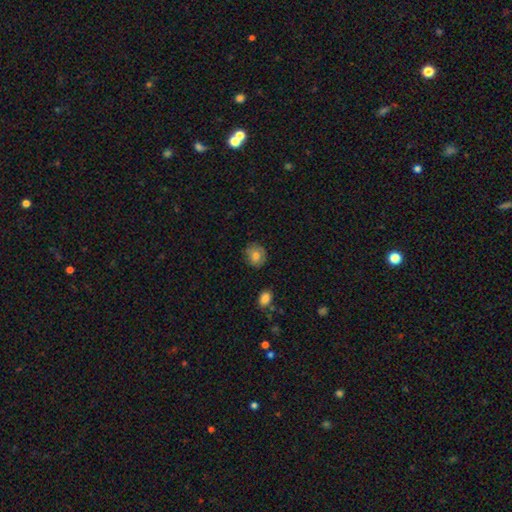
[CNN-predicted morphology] smooth_or_featured: smooth (p=0.79) [alt: featured or disk p=0.13]
how_rounded: round (p=0.79) [alt: in between p=0.20]
merging: none (p=0.81) [alt: minor disturbance p=0.15]